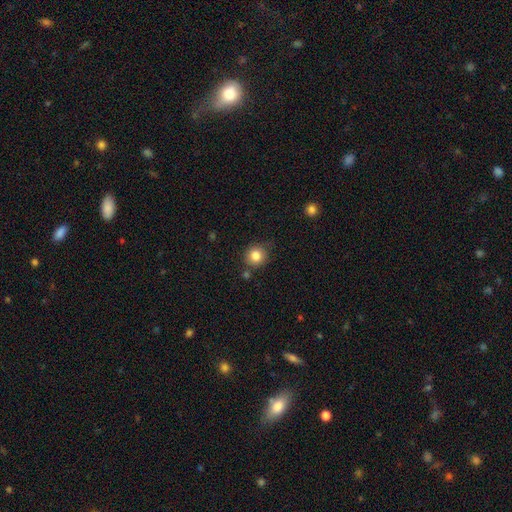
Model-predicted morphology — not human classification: Smooth or featured? smooth (84%)
How rounded? round (91%)
Merging? none (79%)